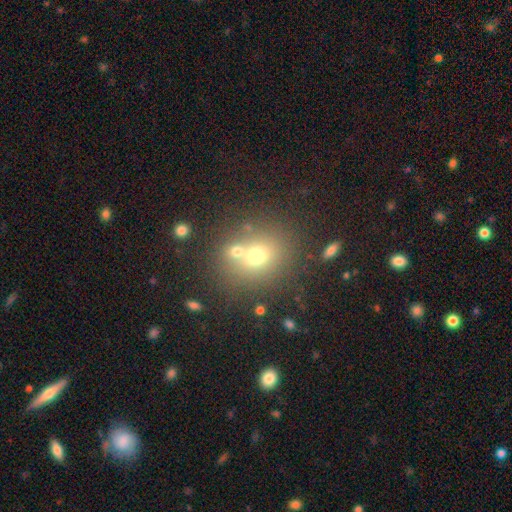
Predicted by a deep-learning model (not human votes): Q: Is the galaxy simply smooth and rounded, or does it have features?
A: smooth — 65%.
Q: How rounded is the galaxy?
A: round — 71%.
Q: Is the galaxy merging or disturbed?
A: none — 56%.